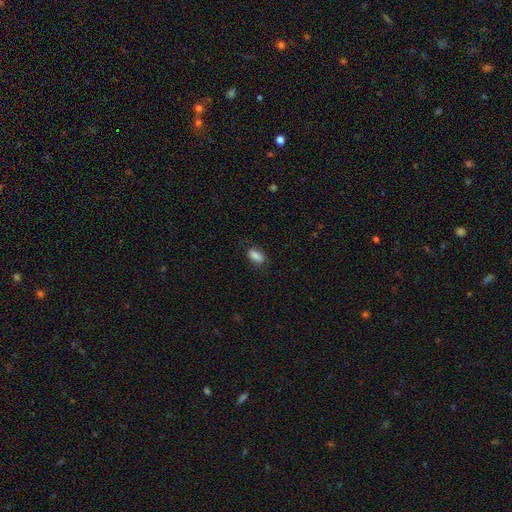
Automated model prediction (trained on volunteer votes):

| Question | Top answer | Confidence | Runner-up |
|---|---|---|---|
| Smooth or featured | smooth | 86% | star or artifact (8%) |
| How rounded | in between | 88% | cigar-shaped (7%) |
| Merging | none | 78% | minor disturbance (16%) |